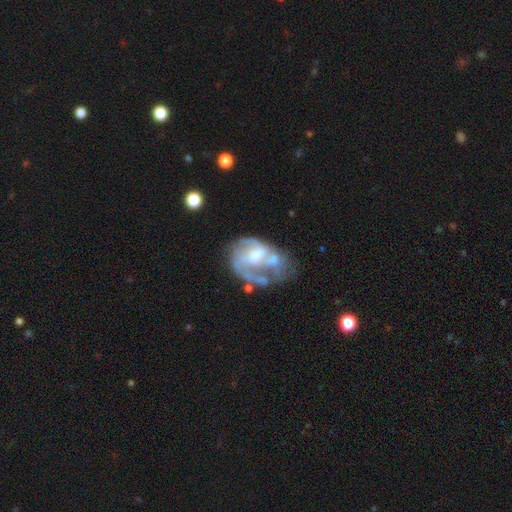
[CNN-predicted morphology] Smooth or featured?
  - featured or disk: 74% *
  - smooth: 18%
  - star or artifact: 8%
Edge-on disk?
  - no: 98% *
  - yes: 2%
Bar?
  - no: 49% *
  - weak: 38%
  - strong: 12%
Spiral arms?
  - yes: 61% *
  - no: 39%
Bulge size?
  - moderate: 41% *
  - small: 26%
  - none: 23%
  - large: 8%
  - dominant: 1%
Merging?
  - major disturbance: 35% *
  - none: 31%
  - minor disturbance: 21%
  - merger: 14%